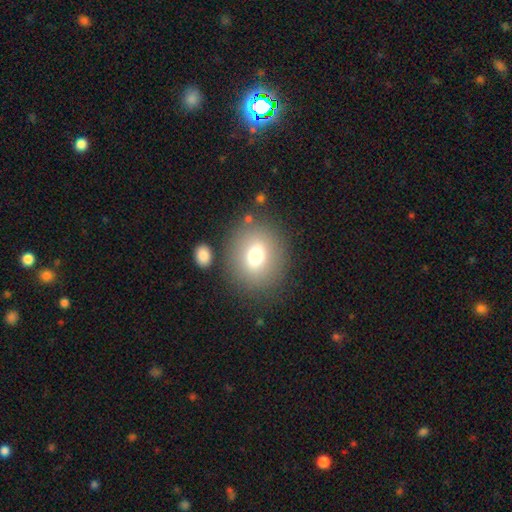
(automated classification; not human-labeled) Morphology: type=smooth (71%); roundness=round (74%); merging=none (81%).